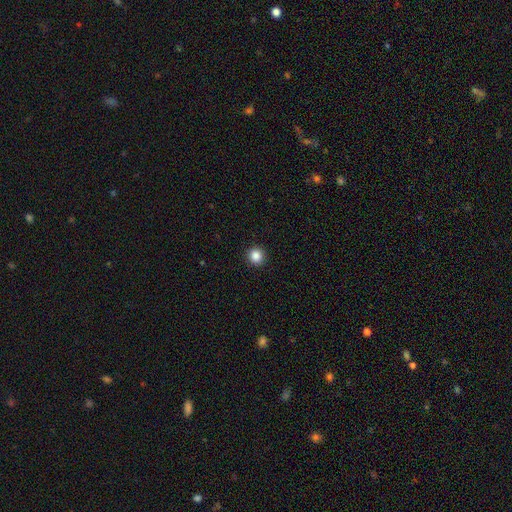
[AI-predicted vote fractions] Smooth or featured: smooth — 86% (star or artifact — 11%)
How rounded: round — 93% (in between — 6%)
Merging: none — 93% (minor disturbance — 4%)